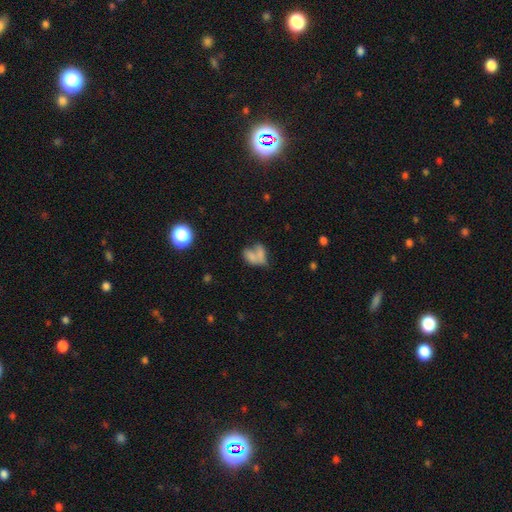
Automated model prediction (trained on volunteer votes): Smooth or featured?
  - smooth: 67% *
  - featured or disk: 20%
  - star or artifact: 13%
How rounded?
  - in between: 77% *
  - round: 19%
  - cigar-shaped: 5%
Merging?
  - merger: 55% *
  - none: 22%
  - major disturbance: 12%
  - minor disturbance: 11%